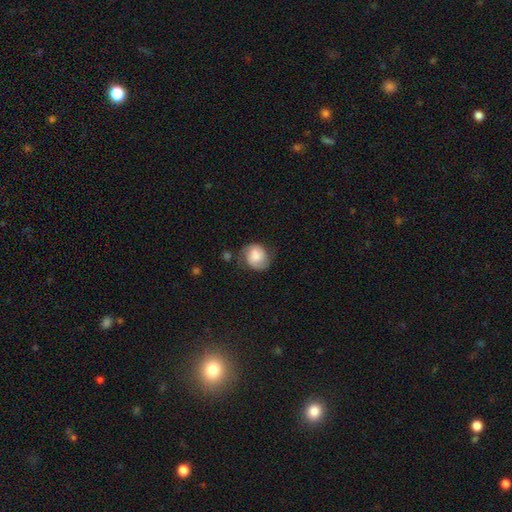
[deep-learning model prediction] Smooth or featured: smooth — 54% (featured or disk — 38%)
How rounded: round — 72% (in between — 27%)
Merging: none — 62% (minor disturbance — 26%)